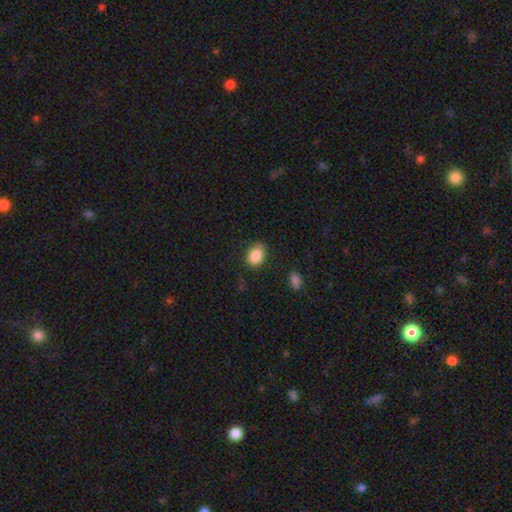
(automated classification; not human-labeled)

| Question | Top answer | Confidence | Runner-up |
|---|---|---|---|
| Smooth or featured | smooth | 87% | star or artifact (8%) |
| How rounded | in between | 72% | round (27%) |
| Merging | none | 78% | minor disturbance (16%) |